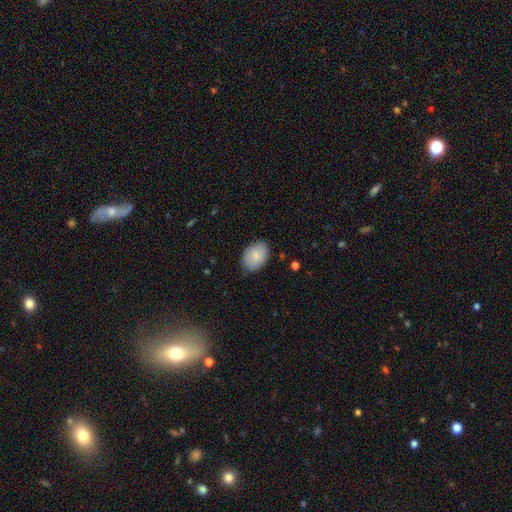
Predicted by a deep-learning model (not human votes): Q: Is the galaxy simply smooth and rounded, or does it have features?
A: smooth — 84%.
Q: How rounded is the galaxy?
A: in between — 77%.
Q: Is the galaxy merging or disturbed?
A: none — 81%.